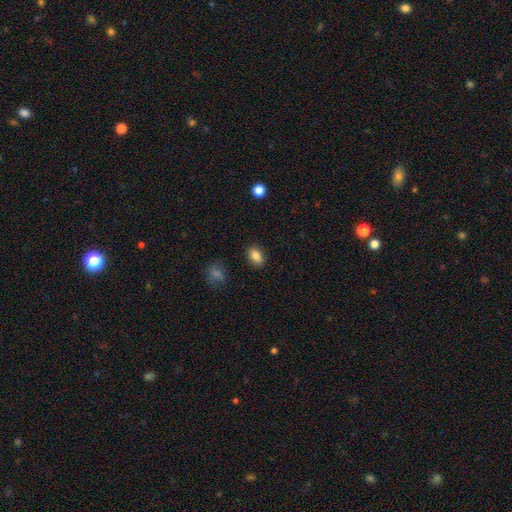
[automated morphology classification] smooth 85%, star or artifact 9%, featured or disk 7%. Down the decision tree: how rounded — in between (88%); merging — none (87%).